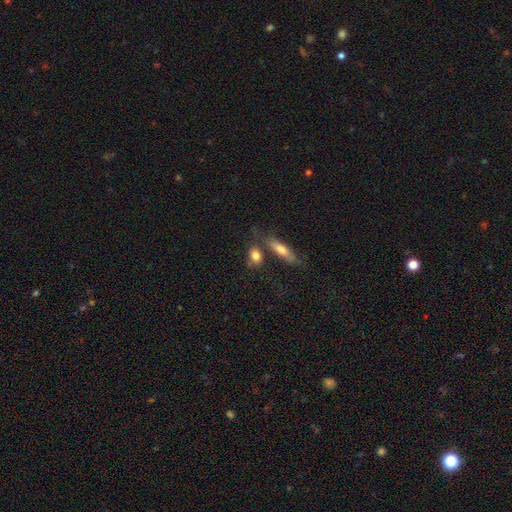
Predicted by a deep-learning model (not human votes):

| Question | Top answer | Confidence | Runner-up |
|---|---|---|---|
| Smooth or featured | smooth | 80% | featured or disk (12%) |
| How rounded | in between | 59% | round (27%) |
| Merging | none | 61% | merger (19%) |